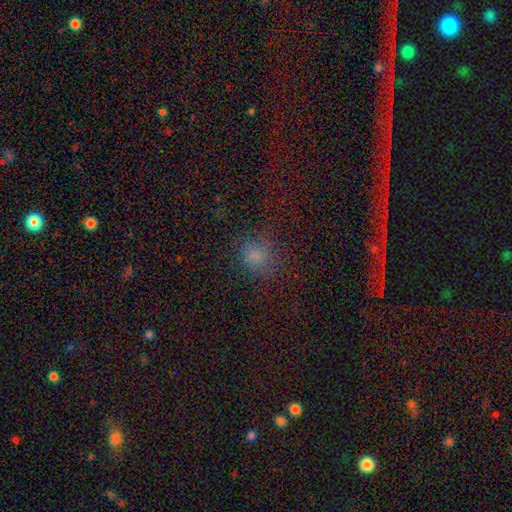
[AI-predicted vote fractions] Smooth or featured? Predicted: smooth (p=0.71). How rounded? Predicted: round (p=0.77). Merging? Predicted: none (p=0.71).